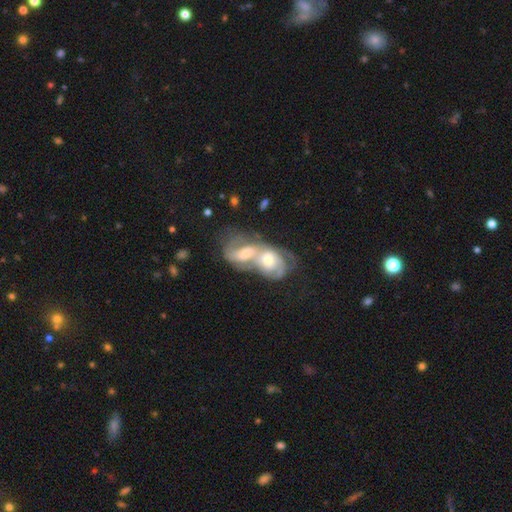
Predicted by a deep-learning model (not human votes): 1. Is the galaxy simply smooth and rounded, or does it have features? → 65% featured or disk, 26% smooth, 9% star or artifact.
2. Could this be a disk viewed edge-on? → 94% no, 6% yes.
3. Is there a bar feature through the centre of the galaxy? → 60% no, 30% weak, 11% strong.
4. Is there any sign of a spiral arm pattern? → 69% yes, 31% no.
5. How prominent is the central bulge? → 61% moderate, 24% small, 10% large, 4% none, 2% dominant.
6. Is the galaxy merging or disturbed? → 81% merger, 10% none, 5% major disturbance, 4% minor disturbance.